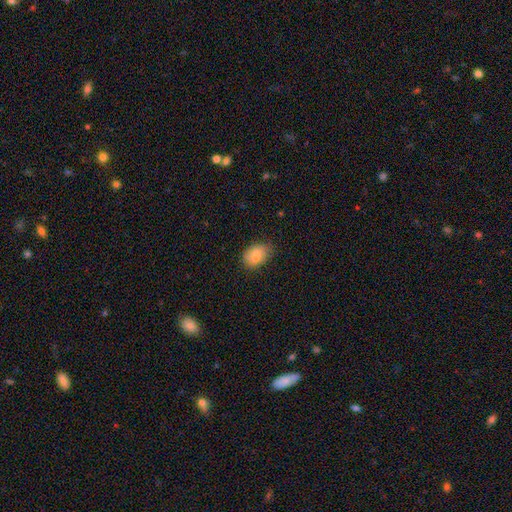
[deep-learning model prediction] Smooth or featured?
  - smooth: 82% *
  - featured or disk: 10%
  - star or artifact: 8%
How rounded?
  - in between: 79% *
  - round: 20%
  - cigar-shaped: 1%
Merging?
  - none: 69% *
  - minor disturbance: 23%
  - major disturbance: 5%
  - merger: 4%